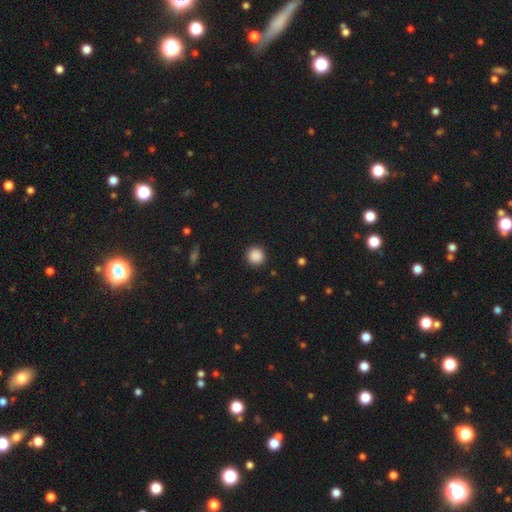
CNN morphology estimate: The model was most divided on "smooth or featured": smooth: 88%, star or artifact: 10%, featured or disk: 3%. More confident: how rounded — round (94%); merging — none (91%).